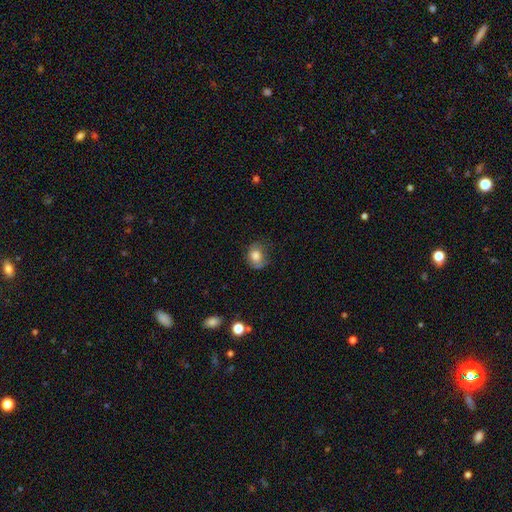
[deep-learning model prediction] Smooth or featured? smooth (77%)
How rounded? round (52%)
Merging? none (59%)